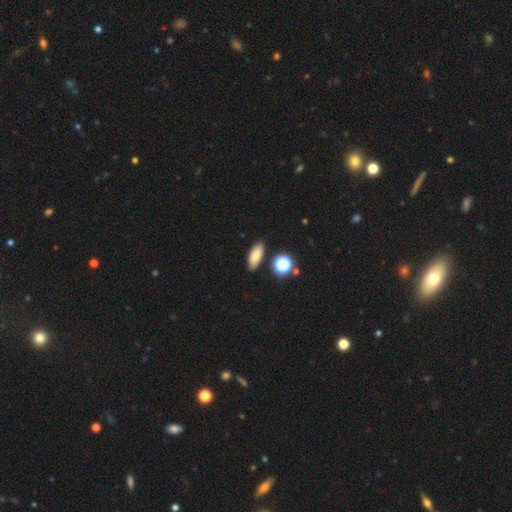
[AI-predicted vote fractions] Smooth or featured: smooth — 78% (featured or disk — 12%)
How rounded: in between — 75% (cigar-shaped — 18%)
Merging: none — 84% (minor disturbance — 9%)